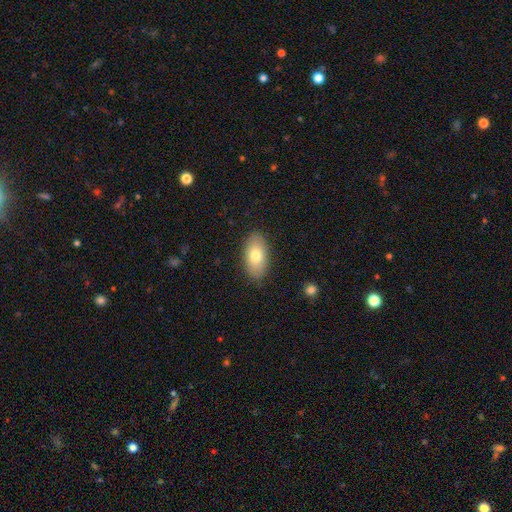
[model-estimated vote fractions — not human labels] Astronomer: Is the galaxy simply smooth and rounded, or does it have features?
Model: smooth — 76%.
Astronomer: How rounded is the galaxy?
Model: in between — 93%.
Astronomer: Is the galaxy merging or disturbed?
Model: none — 87%.